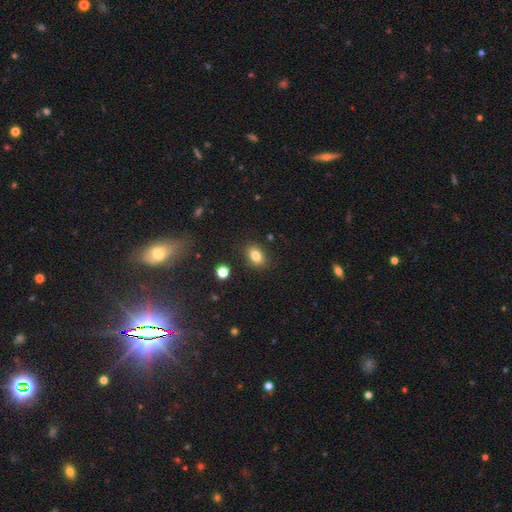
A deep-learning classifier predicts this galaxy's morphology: A smooth galaxy with no disk features (82%) that is in between round and cigar-shaped (81%). Merging: none (85%).